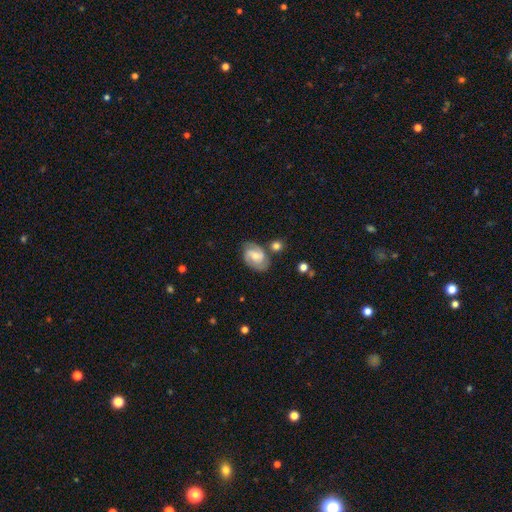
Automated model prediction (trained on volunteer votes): The model was most divided on "bulge size": small: 48%, moderate: 42%, none: 5%, large: 3%, dominant: 1%. Remaining: edge-on disk — no (97%); spiral arms — yes (93%); spiral arm count — 2 (81%); smooth or featured — featured or disk (71%); merging — none (68%); bar — weak (48%); spiral winding — medium (47%).